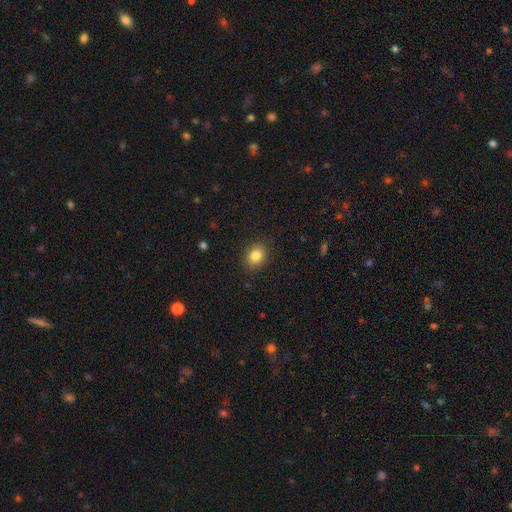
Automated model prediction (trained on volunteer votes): smooth_or_featured: smooth (p=0.84) [alt: star or artifact p=0.10]
how_rounded: round (p=0.53) [alt: in between p=0.46]
merging: none (p=0.88) [alt: minor disturbance p=0.08]